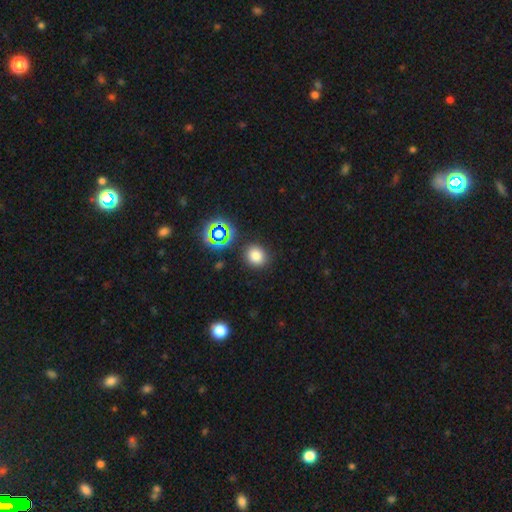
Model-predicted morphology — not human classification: The model was most divided on "smooth or featured": smooth: 76%, star or artifact: 17%, featured or disk: 6%. More confident: merging — none (86%); how rounded — round (81%).